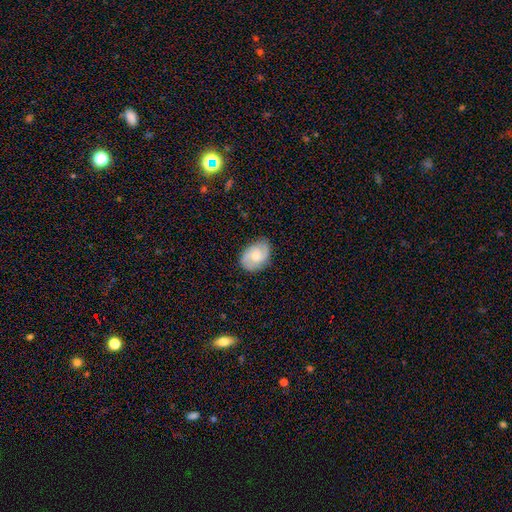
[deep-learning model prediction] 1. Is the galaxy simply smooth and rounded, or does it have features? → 60% featured or disk, 33% smooth, 7% star or artifact.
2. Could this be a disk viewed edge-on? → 97% no, 3% yes.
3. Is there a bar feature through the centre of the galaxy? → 65% no, 31% weak, 4% strong.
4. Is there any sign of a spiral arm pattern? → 92% yes, 8% no.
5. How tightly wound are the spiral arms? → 46% medium, 31% tight, 23% loose.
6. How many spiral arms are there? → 68% 2, 13% 3, 12% can't tell, 3% 1, 2% 4, 2% more than 4.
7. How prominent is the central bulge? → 50% moderate, 43% small, 3% large, 3% none, 1% dominant.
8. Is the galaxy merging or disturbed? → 80% none, 15% minor disturbance, 4% major disturbance, 1% merger.